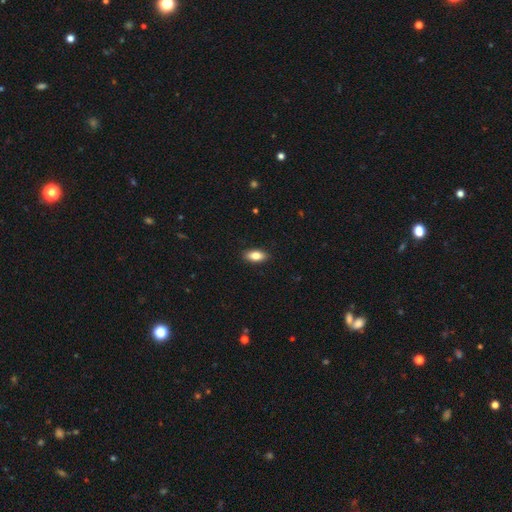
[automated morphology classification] smooth-or-featured: smooth: 82% | featured or disk: 11% | star or artifact: 7%
  how-rounded: in between: 88% | cigar-shaped: 9% | round: 4%
  merging: none: 89% | minor disturbance: 8% | major disturbance: 2% | merger: 1%